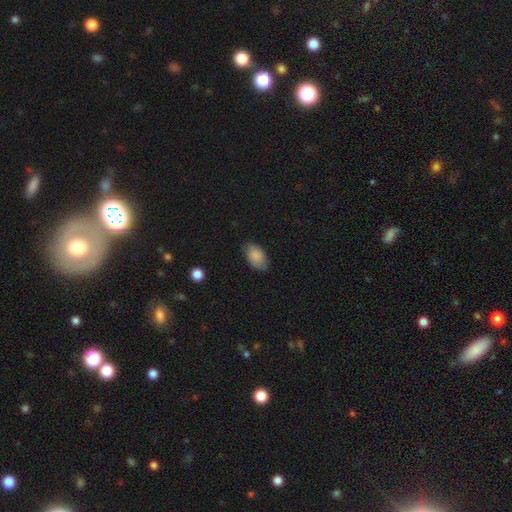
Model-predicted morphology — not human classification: smooth-or-featured: smooth: 85% | featured or disk: 8% | star or artifact: 7%
  how-rounded: in between: 92% | round: 6% | cigar-shaped: 1%
  merging: none: 76% | minor disturbance: 20% | major disturbance: 4% | merger: 1%